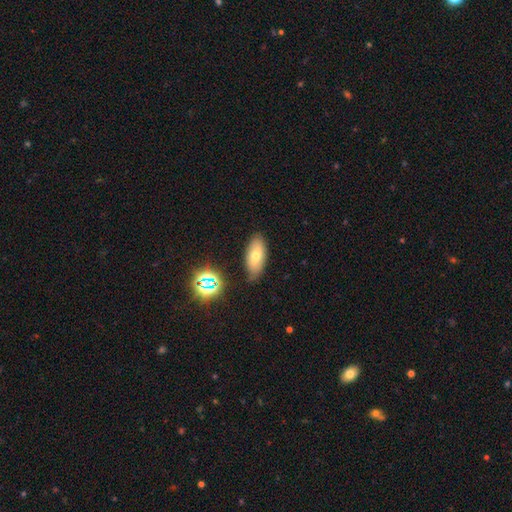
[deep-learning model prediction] A smooth galaxy with no disk features (64%) that is in between round and cigar-shaped (86%).

Vote fractions:
- Smooth or featured? smooth: 64% / featured or disk: 24% / star or artifact: 12%
- How rounded? in between: 86% / cigar-shaped: 11% / round: 4%
- Merging? none: 78% / minor disturbance: 17% / major disturbance: 3% / merger: 2%